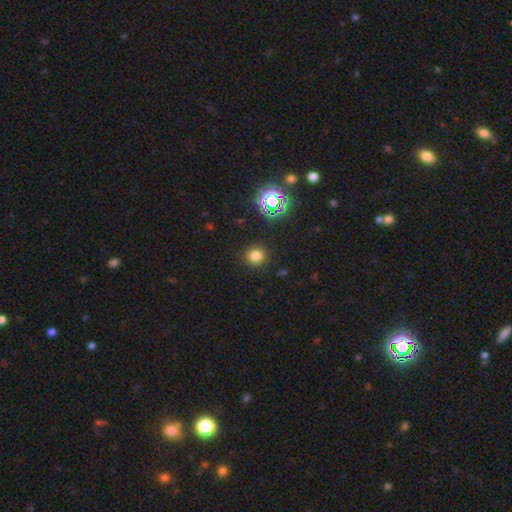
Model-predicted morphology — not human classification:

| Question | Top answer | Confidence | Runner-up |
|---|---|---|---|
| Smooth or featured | smooth | 73% | star or artifact (21%) |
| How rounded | round | 92% | in between (7%) |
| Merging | none | 90% | minor disturbance (6%) |